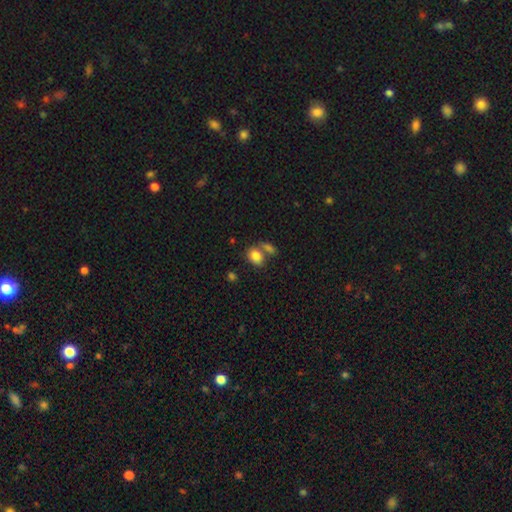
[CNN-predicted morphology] type=smooth (83%); roundness=in between (69%); merging=none (48%).